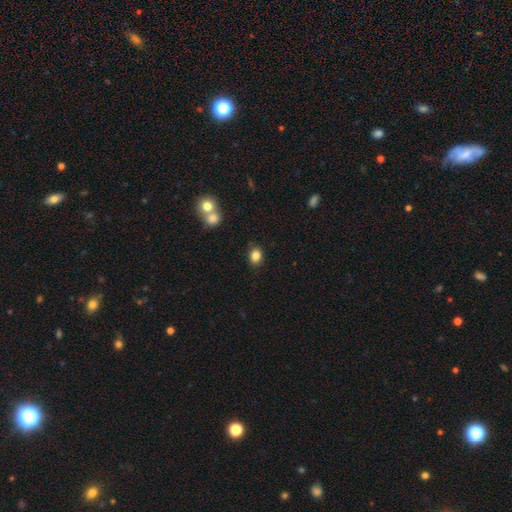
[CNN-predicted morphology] This is clearly a smooth galaxy (84%). How rounded: possibly in between (56%). Merging: clearly none (85%).